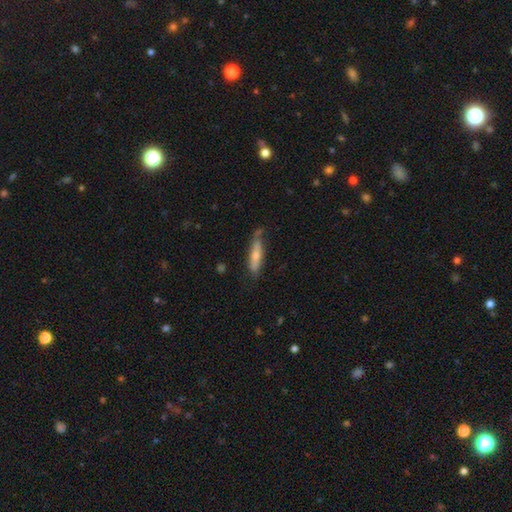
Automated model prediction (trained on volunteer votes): The model was most divided on "smooth or featured": smooth: 59%, featured or disk: 35%, star or artifact: 6%. More confident: how rounded — cigar-shaped (76%); merging — none (63%).